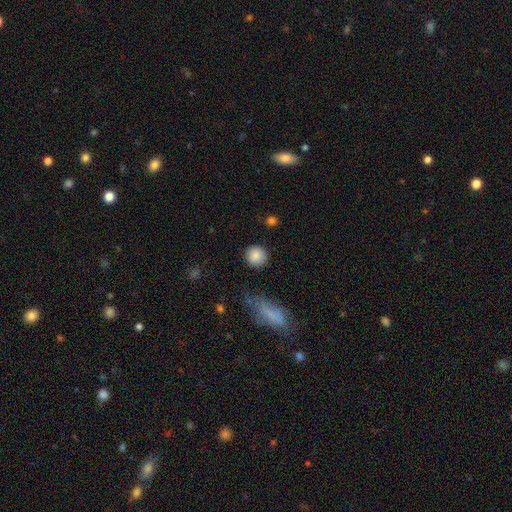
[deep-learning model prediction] This appears to be a smooth galaxy with no disk features (87%) that is round (92%). Merging: none (87%).